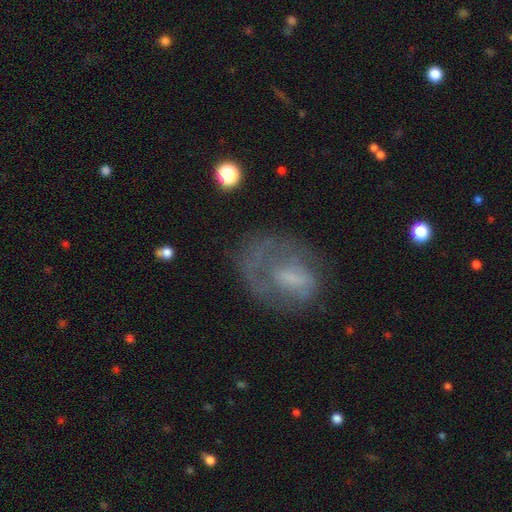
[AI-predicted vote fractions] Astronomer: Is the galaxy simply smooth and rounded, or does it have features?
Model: featured or disk — 52% (runner-up: smooth, 35%).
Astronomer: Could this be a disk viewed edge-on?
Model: no — 95%.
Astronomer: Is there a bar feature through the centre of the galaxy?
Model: no — 59%.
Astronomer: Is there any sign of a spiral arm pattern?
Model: yes — 53% (runner-up: no, 47%).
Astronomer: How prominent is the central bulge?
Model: none — 34% (runner-up: small, 30%).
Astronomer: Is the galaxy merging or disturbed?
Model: none — 47% (runner-up: major disturbance, 30%).